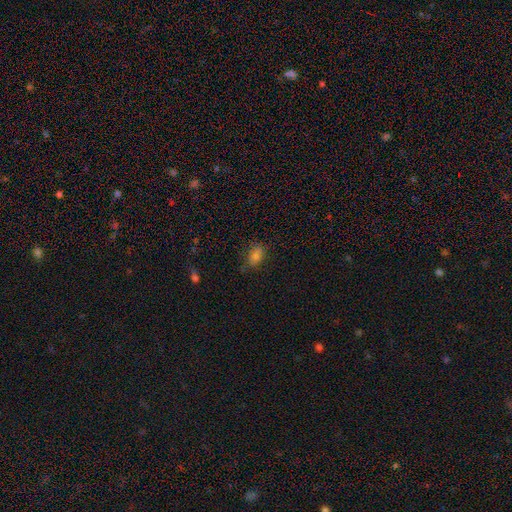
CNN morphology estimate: type=smooth (78%); roundness=in between (82%); merging=none (71%).